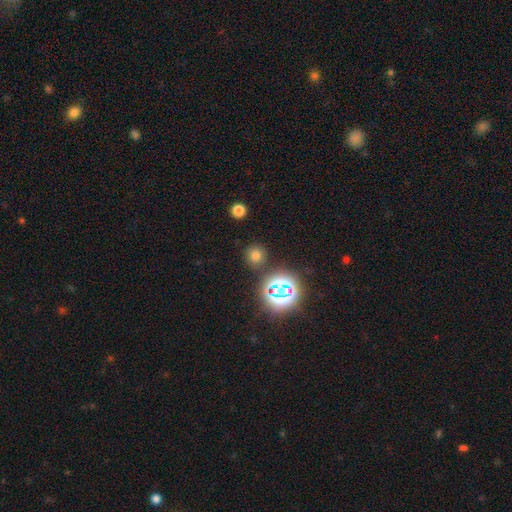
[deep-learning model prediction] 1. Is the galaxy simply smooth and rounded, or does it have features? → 67% smooth, 27% star or artifact, 6% featured or disk.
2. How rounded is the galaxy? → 88% round, 11% in between, 1% cigar-shaped.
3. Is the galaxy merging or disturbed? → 85% none, 8% minor disturbance, 4% merger, 3% major disturbance.